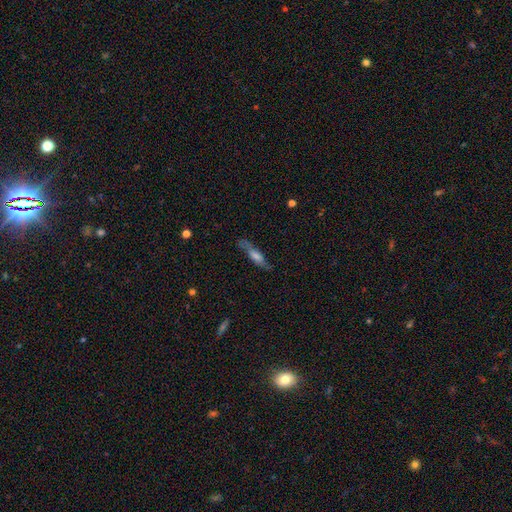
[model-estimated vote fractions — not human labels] Smooth or featured? Predicted: featured or disk (p=0.51). Edge-on disk? Predicted: yes (p=0.58). Merging? Predicted: none (p=0.67).